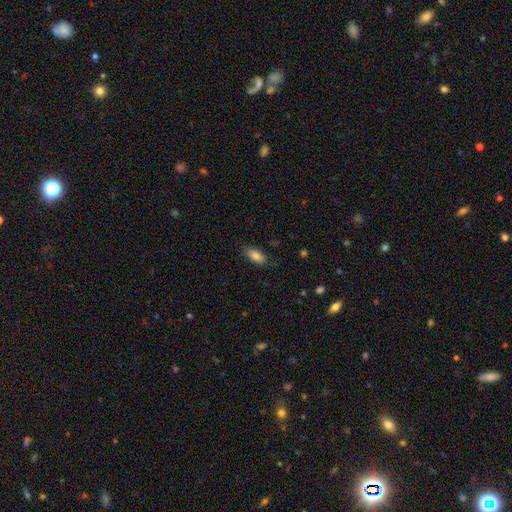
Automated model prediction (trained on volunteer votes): smooth_or_featured: smooth (p=0.84) [alt: featured or disk p=0.08]
how_rounded: in between (p=0.86) [alt: cigar-shaped p=0.11]
merging: none (p=0.83) [alt: minor disturbance p=0.13]